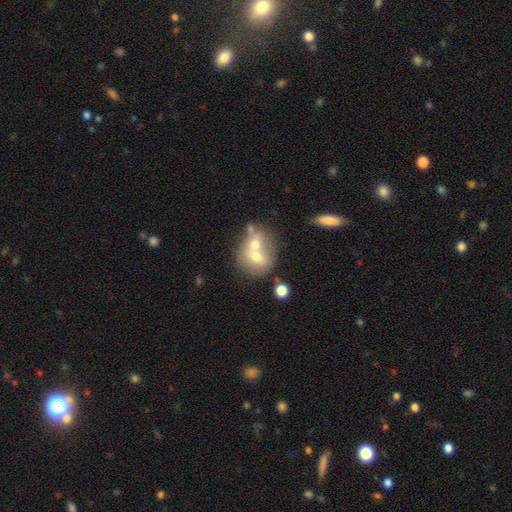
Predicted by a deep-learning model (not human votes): Smooth or featured? Predicted: smooth (p=0.54). How rounded? Predicted: round (p=0.61). Merging? Predicted: merger (p=0.62).